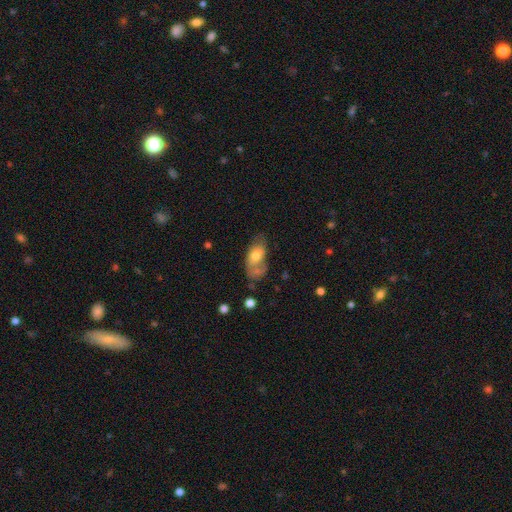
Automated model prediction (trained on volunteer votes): The model was most divided on "merging": none: 37%, minor disturbance: 25%, merger: 22%, major disturbance: 17%. More confident: how rounded — in between (88%); smooth or featured — smooth (64%).